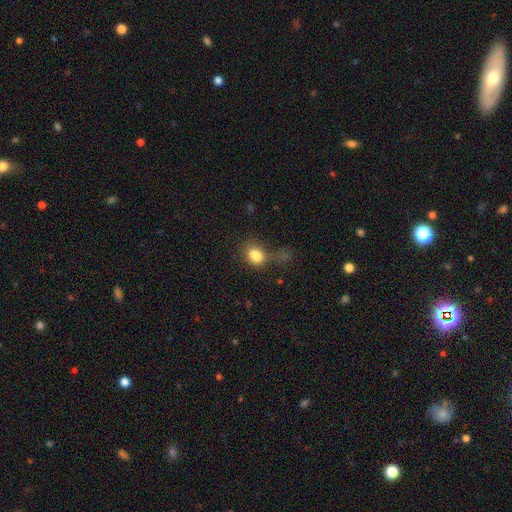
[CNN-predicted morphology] A smooth galaxy with no disk features (82%) that is in between round and cigar-shaped (66%).

Vote fractions:
- Smooth or featured? smooth: 82% / star or artifact: 11% / featured or disk: 8%
- How rounded? in between: 66% / round: 32% / cigar-shaped: 2%
- Merging? none: 45% / minor disturbance: 23% / major disturbance: 20% / merger: 11%